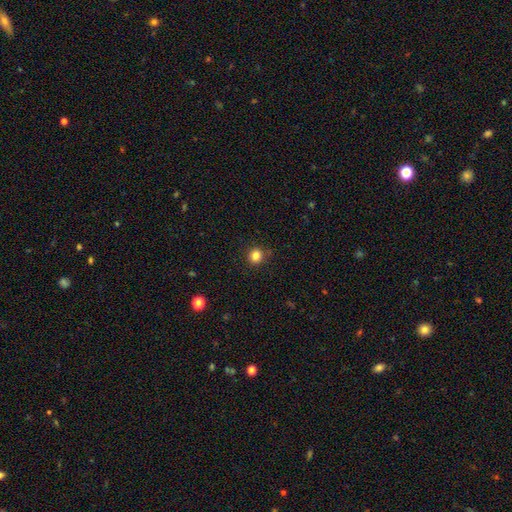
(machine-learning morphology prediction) Smooth or featured?
  - smooth: 84% *
  - star or artifact: 12%
  - featured or disk: 4%
How rounded?
  - round: 86% *
  - in between: 13%
  - cigar-shaped: 1%
Merging?
  - none: 88% *
  - minor disturbance: 8%
  - major disturbance: 2%
  - merger: 2%